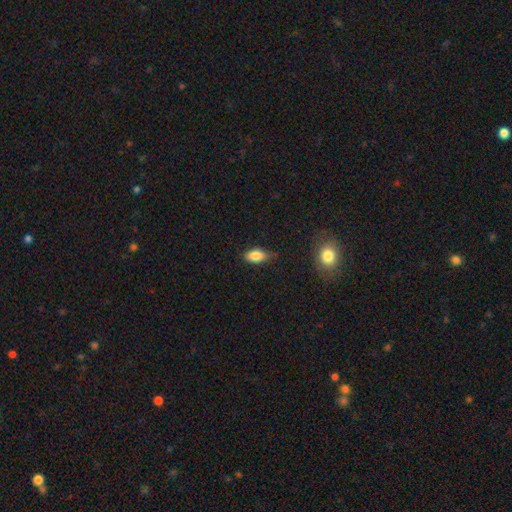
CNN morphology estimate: Overall: smooth (82%). How rounded: in between (88%). Merging: none (67%; minor disturbance 27%).